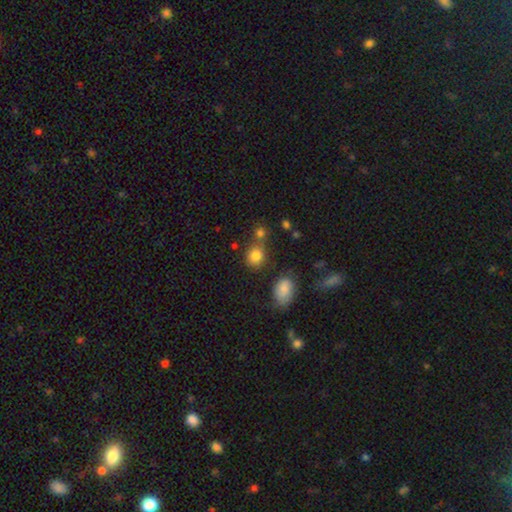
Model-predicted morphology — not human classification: The model was most divided on "merging": none: 63%, merger: 20%, minor disturbance: 12%, major disturbance: 5%. More confident: smooth or featured — smooth (81%); how rounded — round (74%).